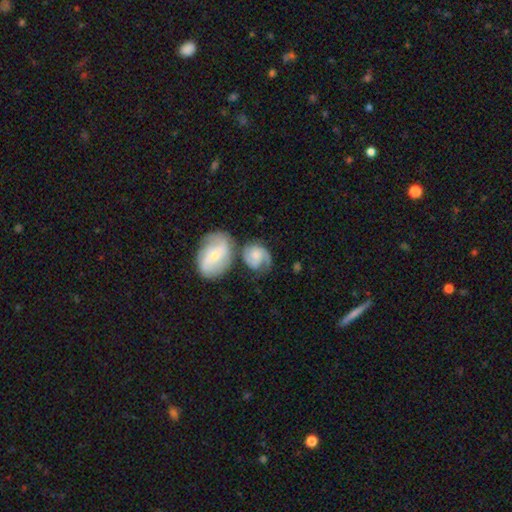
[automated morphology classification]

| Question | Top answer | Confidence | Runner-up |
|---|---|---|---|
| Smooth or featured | featured or disk | 64% | smooth (30%) |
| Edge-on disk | no | 97% | yes (3%) |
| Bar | no | 69% | weak (27%) |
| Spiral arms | yes | 91% | no (9%) |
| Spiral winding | medium | 45% | tight (33%) |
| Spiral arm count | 2 | 58% | 1 (25%) |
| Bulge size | small | 55% | moderate (31%) |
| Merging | none | 36% | merger (35%) |